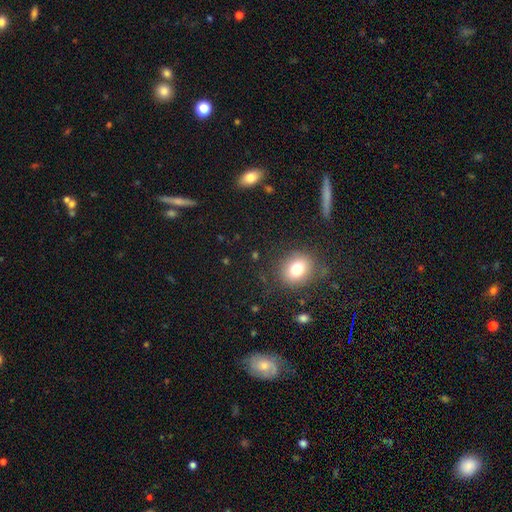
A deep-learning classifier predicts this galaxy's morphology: smooth_or_featured: smooth (p=0.68) [alt: star or artifact p=0.20]
how_rounded: round (p=0.63) [alt: in between p=0.33]
merging: none (p=0.84) [alt: minor disturbance p=0.10]